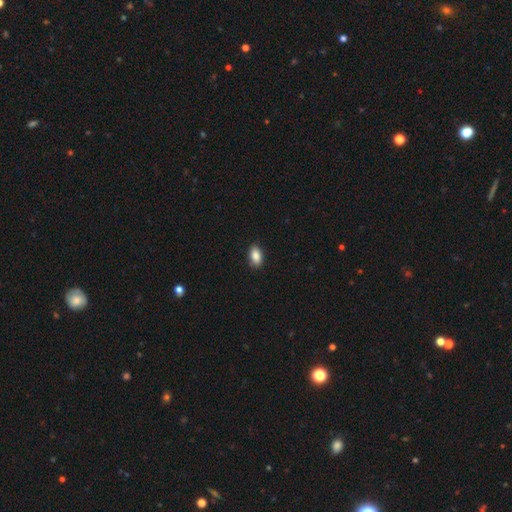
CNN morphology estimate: Smooth or featured: smooth — 87% (star or artifact — 8%)
How rounded: in between — 91% (round — 6%)
Merging: none — 86% (minor disturbance — 11%)